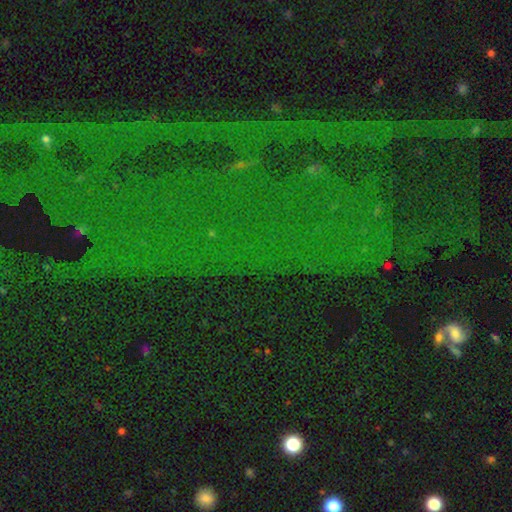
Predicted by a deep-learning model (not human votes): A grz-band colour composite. It shows a star or artifact, not a galaxy (84%).